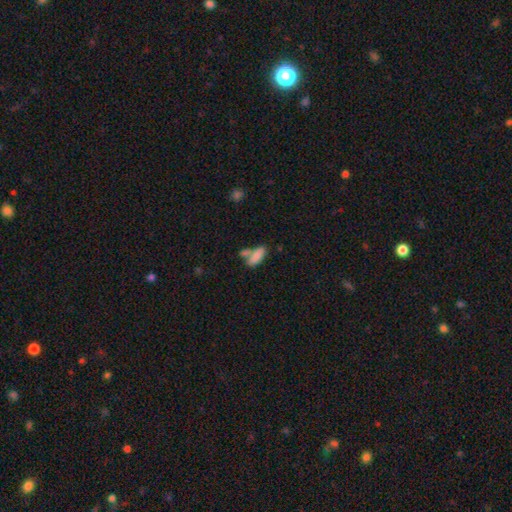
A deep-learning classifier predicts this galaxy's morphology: A smooth galaxy with no disk features (80%) that is in between round and cigar-shaped (78%). Merging: merger (42%).